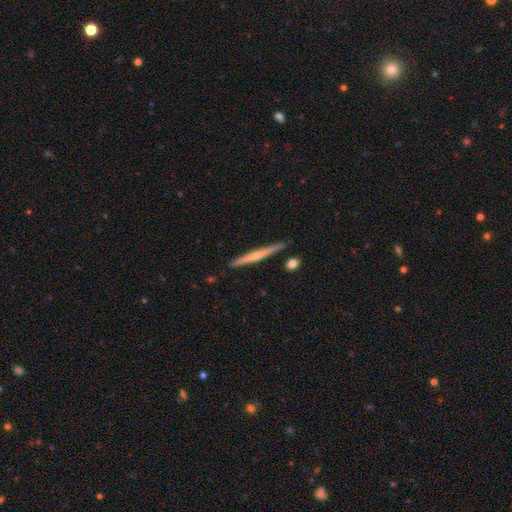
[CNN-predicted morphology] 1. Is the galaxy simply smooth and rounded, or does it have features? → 55% featured or disk, 39% smooth, 5% star or artifact.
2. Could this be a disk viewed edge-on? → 97% yes, 3% no.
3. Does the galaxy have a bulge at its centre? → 48% rounded, 45% none, 7% boxy.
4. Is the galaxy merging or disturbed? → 88% none, 8% minor disturbance, 2% merger, 1% major disturbance.